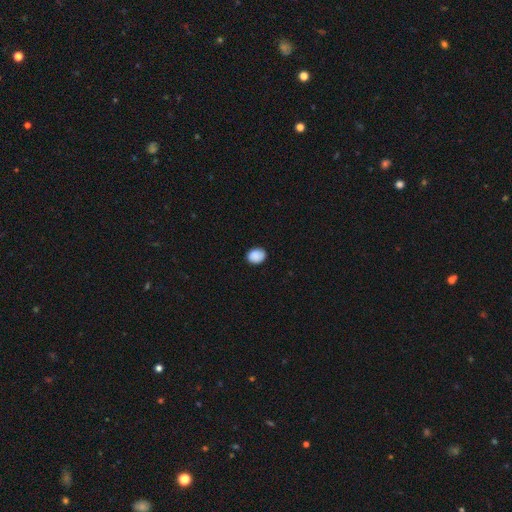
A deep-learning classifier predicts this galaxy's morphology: Smooth or featured? smooth (86%)
How rounded? in between (52%)
Merging? none (83%)